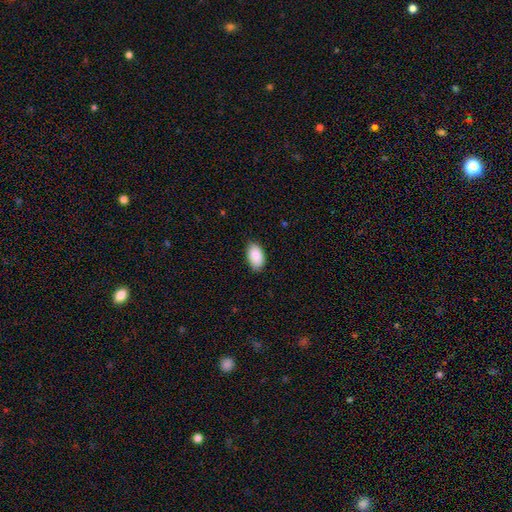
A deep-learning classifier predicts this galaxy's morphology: Smooth or featured? Predicted: smooth (p=0.90). How rounded? Predicted: in between (p=0.95). Merging? Predicted: none (p=0.82).